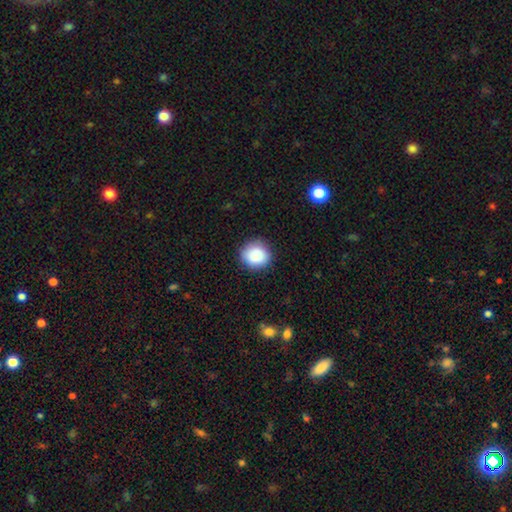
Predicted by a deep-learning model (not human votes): Smooth or featured? Predicted: smooth (p=0.88). How rounded? Predicted: round (p=0.84). Merging? Predicted: none (p=0.88).